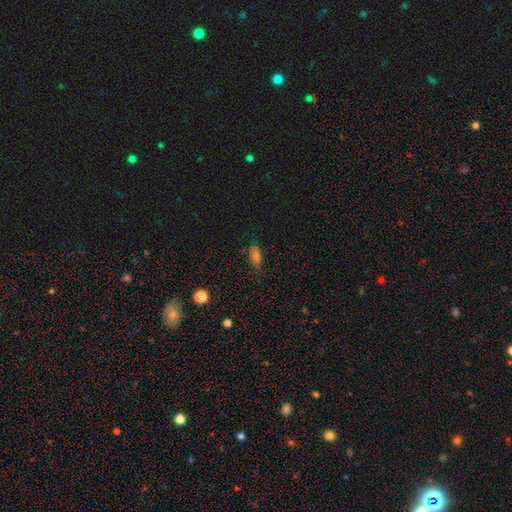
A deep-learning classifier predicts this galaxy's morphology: Smooth or featured?
  - smooth: 53% *
  - star or artifact: 31%
  - featured or disk: 16%
How rounded?
  - in between: 77% *
  - cigar-shaped: 13%
  - round: 10%
Merging?
  - none: 71% *
  - minor disturbance: 20%
  - major disturbance: 7%
  - merger: 3%